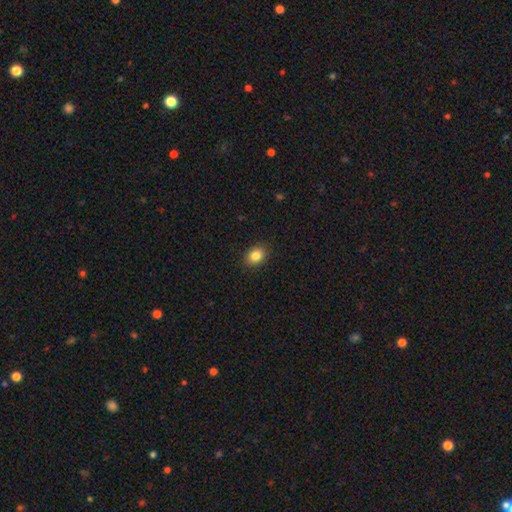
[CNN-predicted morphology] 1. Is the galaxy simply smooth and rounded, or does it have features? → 85% smooth, 10% star or artifact, 6% featured or disk.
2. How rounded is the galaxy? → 65% in between, 34% round, 1% cigar-shaped.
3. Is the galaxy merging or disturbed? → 89% none, 8% minor disturbance, 2% major disturbance, 1% merger.